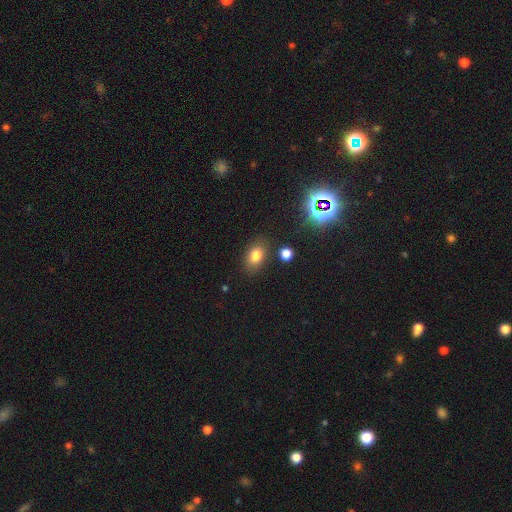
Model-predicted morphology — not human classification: Smooth or featured? Predicted: smooth (p=0.79). How rounded? Predicted: in between (p=0.79). Merging? Predicted: none (p=0.81).